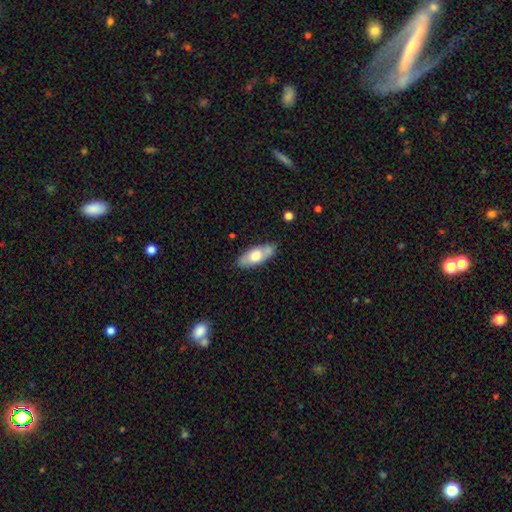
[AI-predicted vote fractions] Smooth or featured? Predicted: smooth (p=0.63). How rounded? Predicted: in between (p=0.78). Merging? Predicted: none (p=0.75).